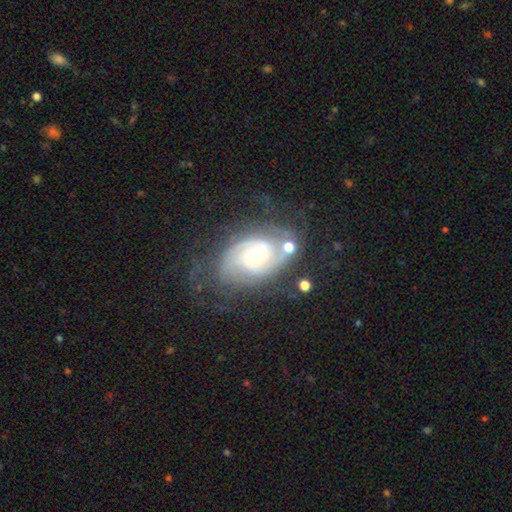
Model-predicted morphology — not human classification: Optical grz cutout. It shows a featured or disk galaxy (87%) with no bar (63%), 2 (49%) tight (59%) spiral arms (96%) and a moderate central bulge (54%). Merging: none (59%).